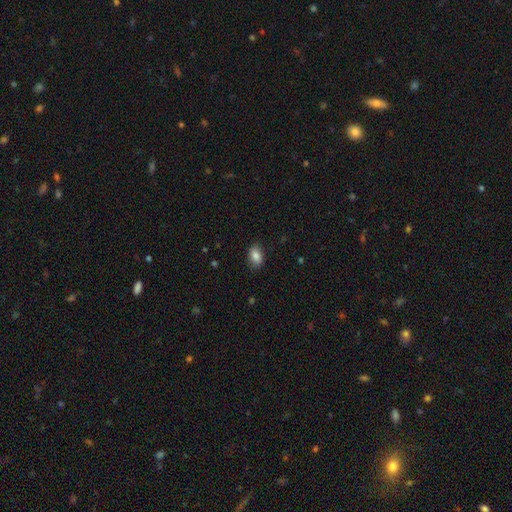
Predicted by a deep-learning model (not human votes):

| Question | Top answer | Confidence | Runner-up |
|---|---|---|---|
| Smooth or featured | smooth | 85% | star or artifact (8%) |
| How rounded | in between | 87% | round (11%) |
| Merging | none | 84% | minor disturbance (13%) |